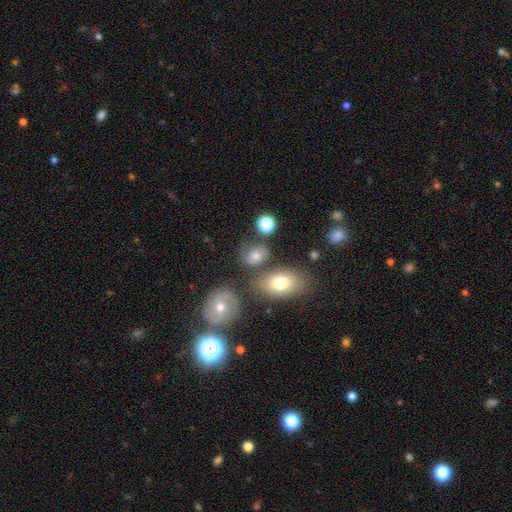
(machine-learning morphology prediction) type=smooth (66%); roundness=in between (58%); merging=none (60%).